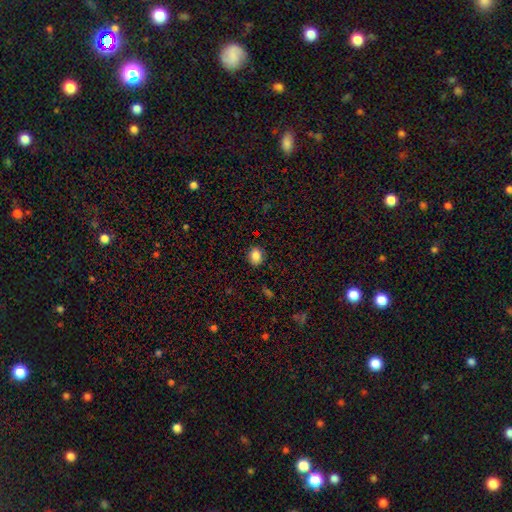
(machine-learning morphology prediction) A smooth galaxy with no disk features (85%) that is round (50%).

Vote fractions:
- Smooth or featured? smooth: 85% / star or artifact: 10% / featured or disk: 5%
- How rounded? round: 50% / in between: 49% / cigar-shaped: 1%
- Merging? none: 88% / minor disturbance: 8% / major disturbance: 2% / merger: 1%